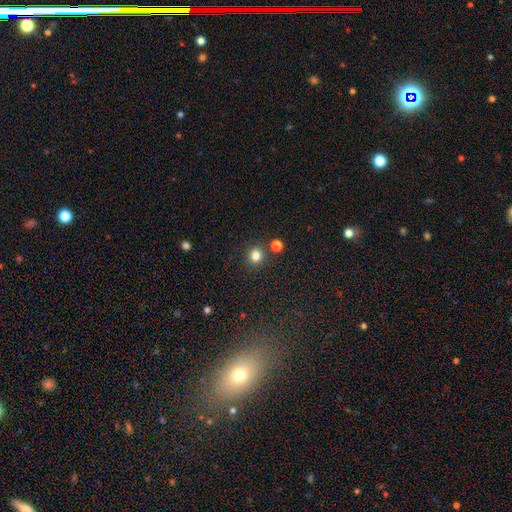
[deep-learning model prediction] smooth 81%, star or artifact 14%, featured or disk 5%. Down the decision tree: how rounded — round (90%); merging — none (86%).